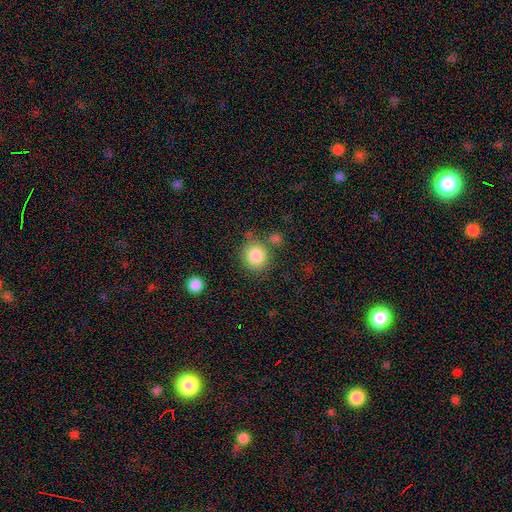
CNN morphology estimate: The model was most divided on "merging": none: 74%, minor disturbance: 13%, merger: 9%, major disturbance: 5%. More confident: how rounded — round (88%); smooth or featured — smooth (85%).